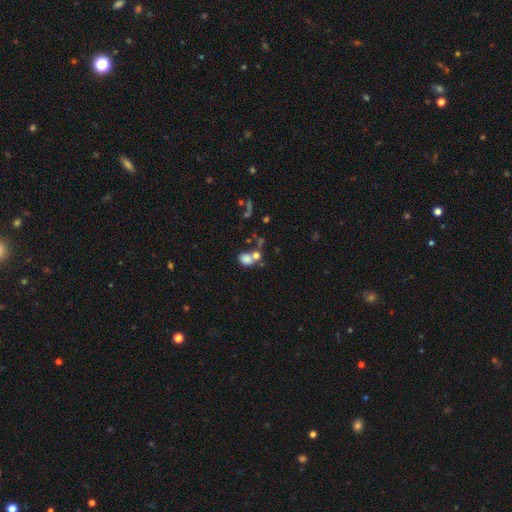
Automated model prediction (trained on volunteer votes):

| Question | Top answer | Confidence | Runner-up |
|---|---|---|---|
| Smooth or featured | smooth | 73% | featured or disk (14%) |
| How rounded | round | 54% | in between (45%) |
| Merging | merger | 49% | none (34%) |